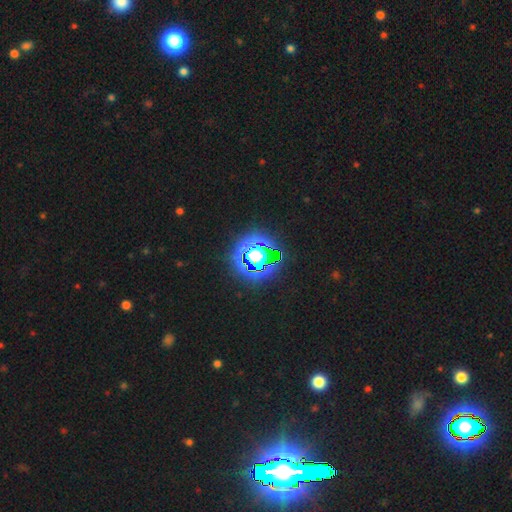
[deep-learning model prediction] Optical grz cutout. It shows a star or artifact, not a galaxy (58%).